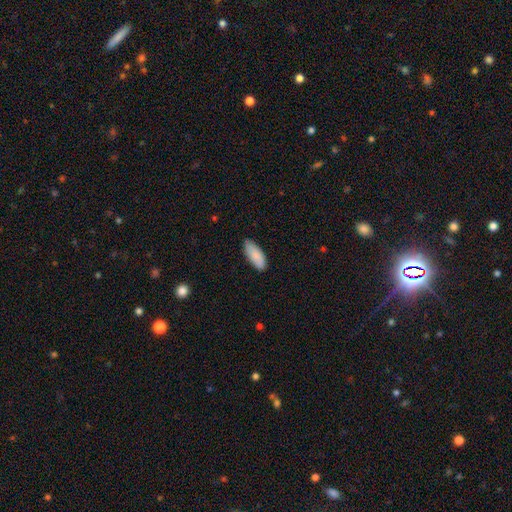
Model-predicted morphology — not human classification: type=smooth (89%); roundness=in between (82%); merging=none (81%).